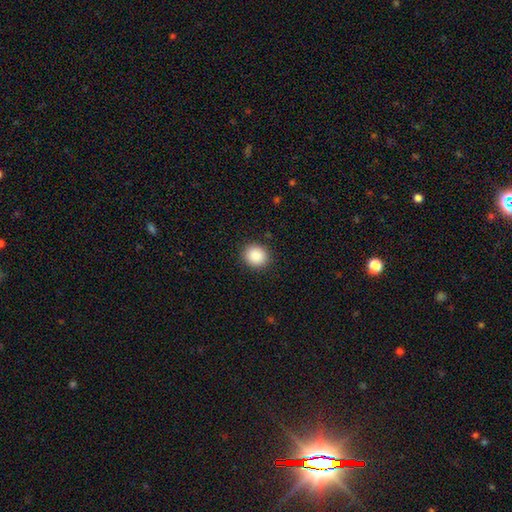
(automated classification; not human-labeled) This is clearly a smooth galaxy (89%). How rounded: clearly round (80%). Merging: clearly none (90%).